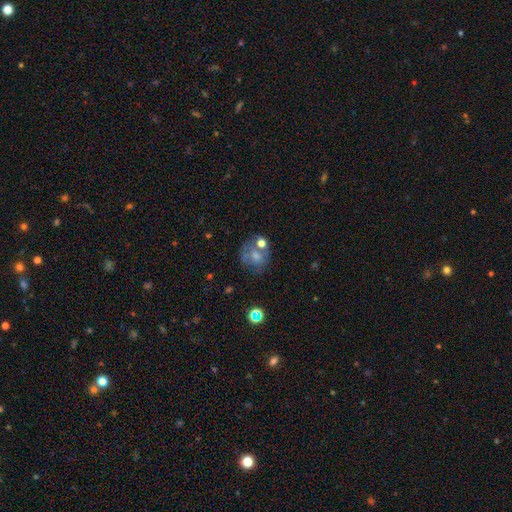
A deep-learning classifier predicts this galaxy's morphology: A smooth galaxy with no disk features (40%). Merging: none (59%).